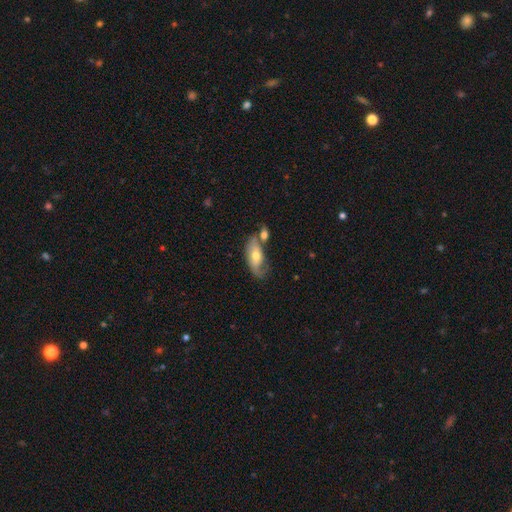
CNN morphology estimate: A smooth galaxy with no disk features (49%).

Vote fractions:
- Smooth or featured? smooth: 49% / featured or disk: 44% / star or artifact: 7%
- Merging? none: 43% / merger: 23% / minor disturbance: 22% / major disturbance: 13%